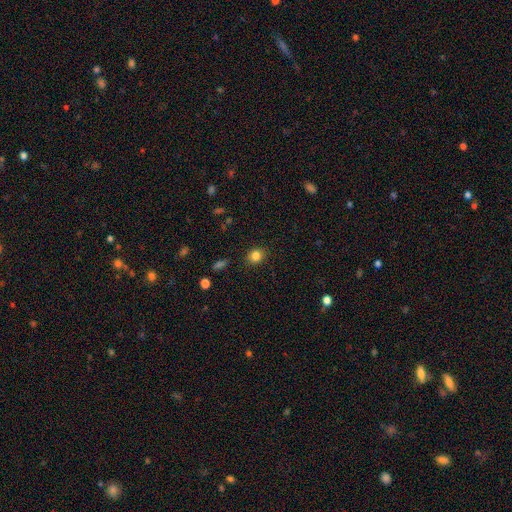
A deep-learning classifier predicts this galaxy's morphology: smooth-or-featured: smooth: 83% | star or artifact: 11% | featured or disk: 6%
  how-rounded: round: 66% | in between: 33% | cigar-shaped: 1%
  merging: none: 87% | minor disturbance: 9% | major disturbance: 2% | merger: 1%